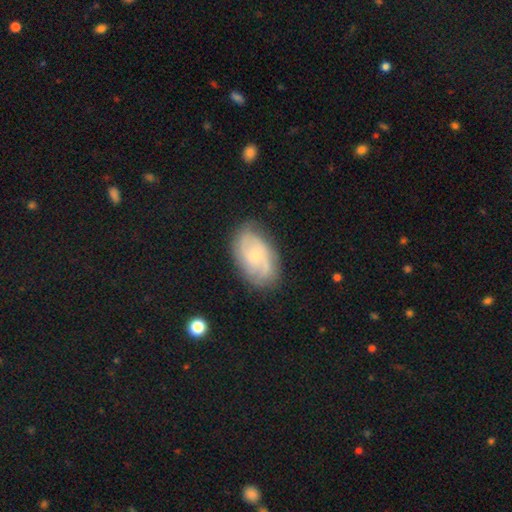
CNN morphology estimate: Smooth or featured? featured or disk (66%)
Edge-on disk? no (96%)
Bar? no (69%)
Spiral arms? yes (88%)
Spiral winding? tight (43%)
Spiral arm count? 2 (44%)
Bulge size? small (73%)
Merging? none (74%)